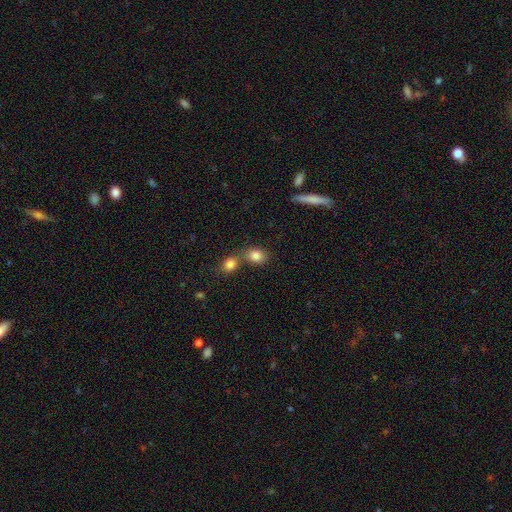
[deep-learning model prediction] A smooth galaxy with no disk features (83%) that is in between round and cigar-shaped (54%). Merging: none (48%).